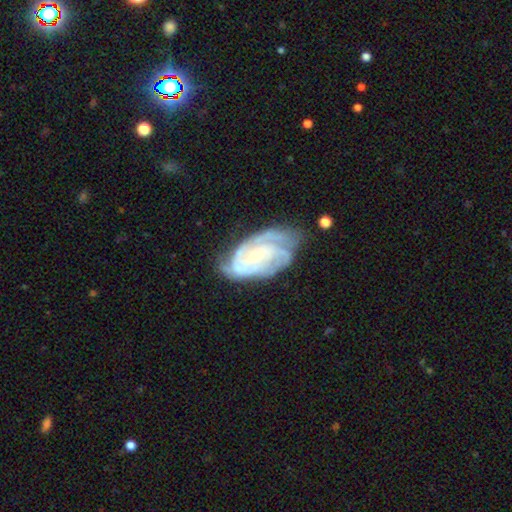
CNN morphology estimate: This is clearly a featured or disk galaxy (88%). It is clearly not viewed edge-on (97%). Bar: likely no (63%). Spiral arm pattern: clearly yes (97%). Spiral arm count: marginally 3 (38%). Spiral winding: likely tight (67%). Central bulge: possibly small (58%). Merging: likely none (62%).